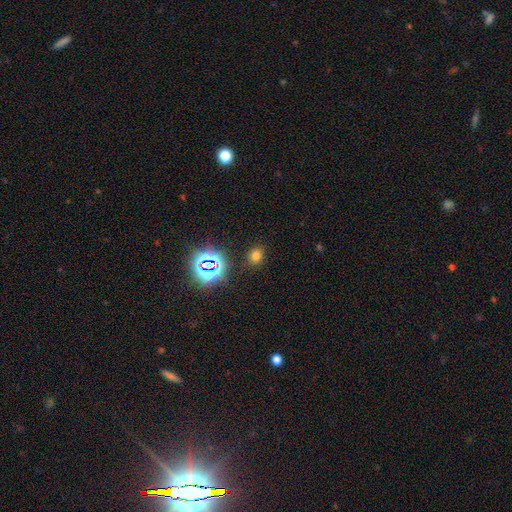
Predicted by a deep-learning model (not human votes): smooth 67%, star or artifact 27%, featured or disk 6%. Down the decision tree: how rounded — round (60%); merging — none (84%).